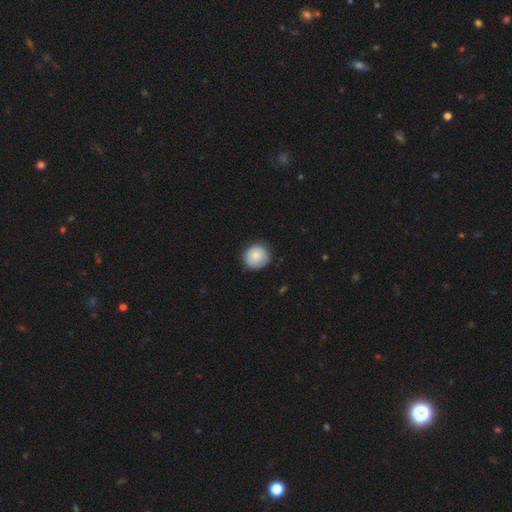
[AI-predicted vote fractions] smooth-or-featured: smooth: 82% | featured or disk: 11% | star or artifact: 7%
  how-rounded: round: 91% | in between: 8% | cigar-shaped: 1%
  merging: none: 83% | minor disturbance: 13% | major disturbance: 2% | merger: 1%